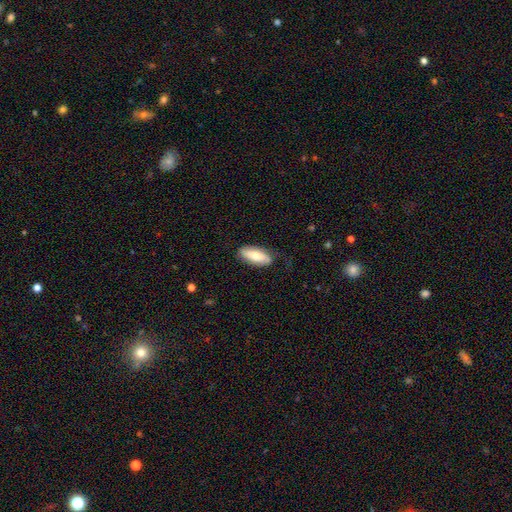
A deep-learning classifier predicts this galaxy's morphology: Overall: smooth (66%; featured or disk 28%). How rounded: in between (83%). Merging: none (73%).